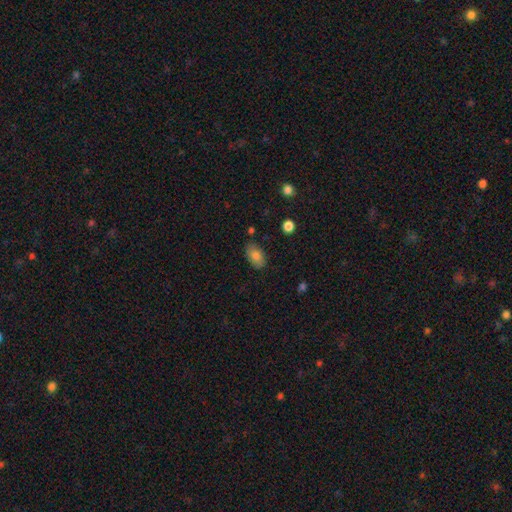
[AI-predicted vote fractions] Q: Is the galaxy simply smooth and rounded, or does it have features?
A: smooth — 81%.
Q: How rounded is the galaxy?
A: in between — 91%.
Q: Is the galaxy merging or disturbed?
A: none — 81%.